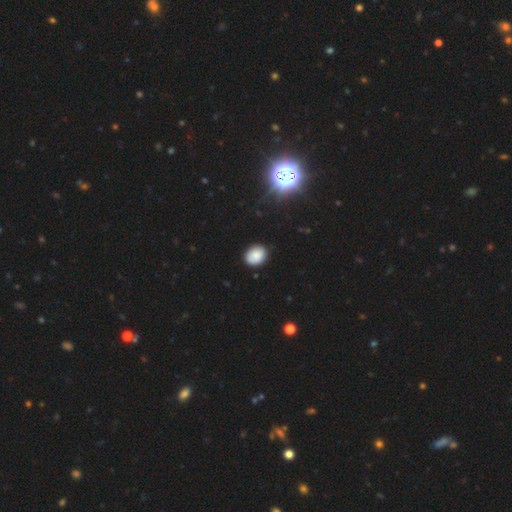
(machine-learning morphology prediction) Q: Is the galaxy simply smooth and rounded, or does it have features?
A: smooth — 83%.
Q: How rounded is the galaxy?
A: in between — 50%.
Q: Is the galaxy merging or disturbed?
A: none — 84%.